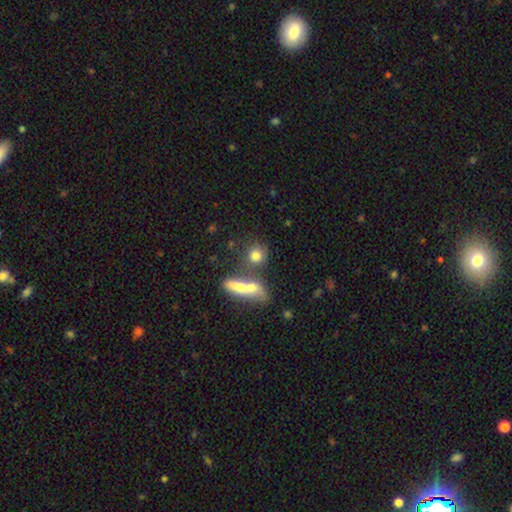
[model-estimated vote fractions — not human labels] Smooth or featured? Predicted: smooth (p=0.74). How rounded? Predicted: round (p=0.69). Merging? Predicted: none (p=0.53).